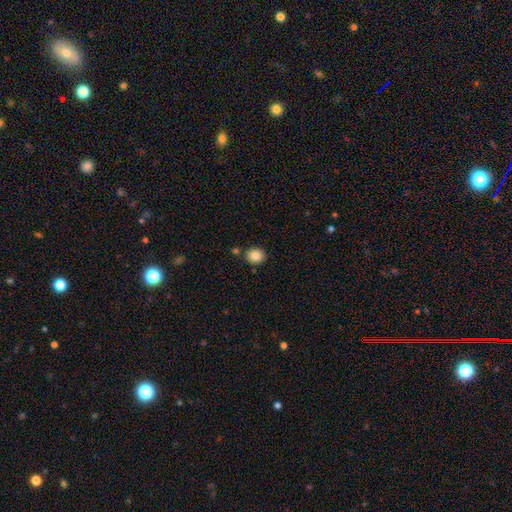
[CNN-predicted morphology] This appears to be a smooth galaxy with no disk features (87%) that is round (68%). Merging: none (83%).